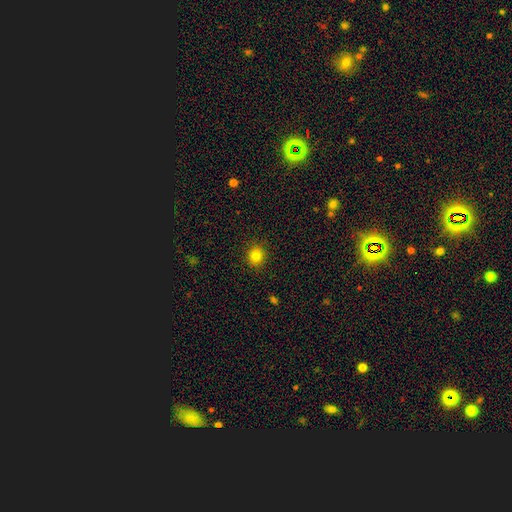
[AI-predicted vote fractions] This appears to be a smooth galaxy with no disk features (83%) that is round (81%). Merging: none (91%).